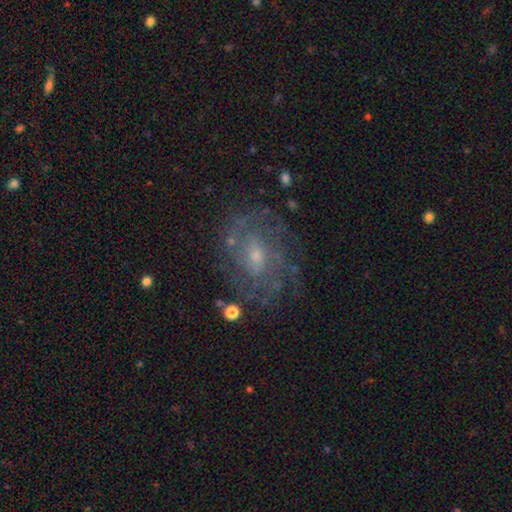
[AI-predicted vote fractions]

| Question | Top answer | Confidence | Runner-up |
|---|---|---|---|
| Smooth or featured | featured or disk | 76% | smooth (14%) |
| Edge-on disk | no | 97% | yes (3%) |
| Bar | no | 56% | weak (37%) |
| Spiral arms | yes | 82% | no (18%) |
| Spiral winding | tight | 53% | medium (35%) |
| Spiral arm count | can't tell | 49% | 2 (18%) |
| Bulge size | small | 55% | moderate (39%) |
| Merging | none | 72% | minor disturbance (16%) |